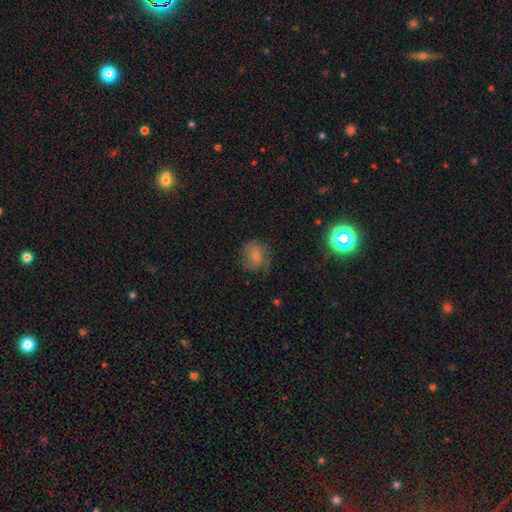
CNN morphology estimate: Smooth or featured: featured or disk — 49% (smooth — 30%)
Merging: none — 75% (minor disturbance — 17%)